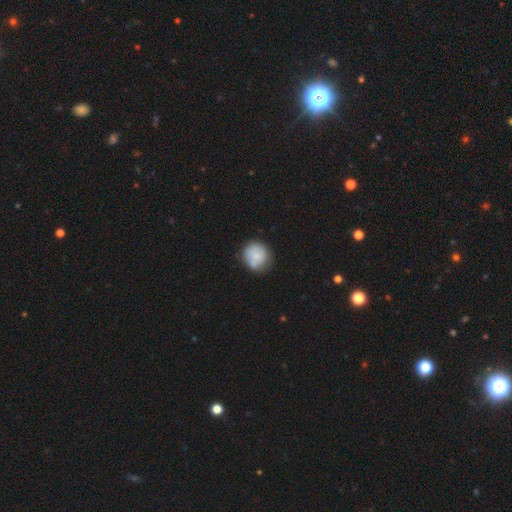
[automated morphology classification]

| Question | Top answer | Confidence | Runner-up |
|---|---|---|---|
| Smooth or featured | smooth | 67% | featured or disk (26%) |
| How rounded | round | 86% | in between (13%) |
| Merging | none | 60% | minor disturbance (23%) |